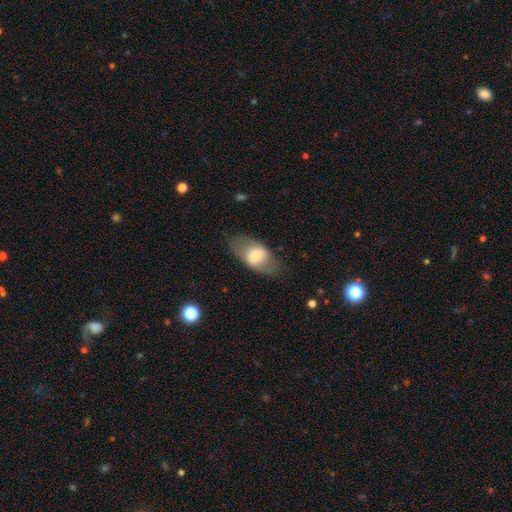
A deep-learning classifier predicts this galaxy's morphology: Q: Smooth or featured?
A: smooth (57%); runner-up: featured or disk (36%)
Q: How rounded?
A: in between (83%); runner-up: round (13%)
Q: Merging?
A: none (75%); runner-up: minor disturbance (15%)